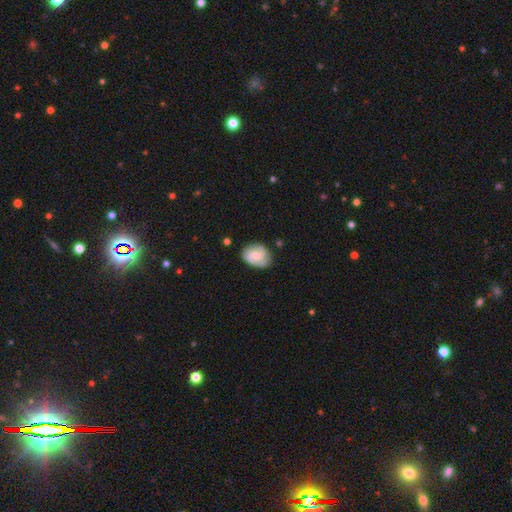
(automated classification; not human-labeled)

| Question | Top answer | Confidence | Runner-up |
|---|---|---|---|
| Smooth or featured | featured or disk | 65% | smooth (29%) |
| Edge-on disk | no | 98% | yes (2%) |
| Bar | no | 57% | weak (37%) |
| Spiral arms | yes | 94% | no (6%) |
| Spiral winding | tight | 47% | medium (41%) |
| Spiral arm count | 2 | 44% | 3 (31%) |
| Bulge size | moderate | 42% | small (37%) |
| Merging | none | 76% | minor disturbance (18%) |